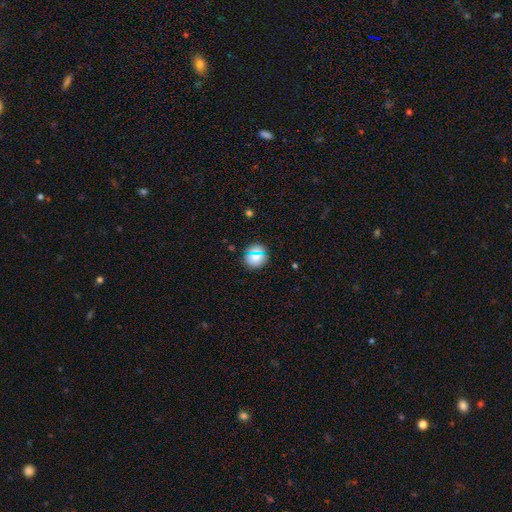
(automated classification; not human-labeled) smooth-or-featured: smooth: 72% | star or artifact: 19% | featured or disk: 9%
  how-rounded: round: 89% | in between: 10% | cigar-shaped: 1%
  merging: none: 87% | minor disturbance: 8% | major disturbance: 3% | merger: 2%